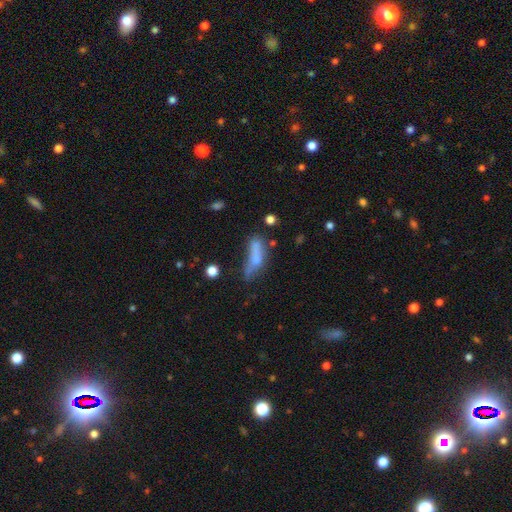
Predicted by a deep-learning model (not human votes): Smooth or featured: smooth — 54% (featured or disk — 35%)
How rounded: cigar-shaped — 49% (in between — 46%)
Merging: none — 30% (minor disturbance — 27%)